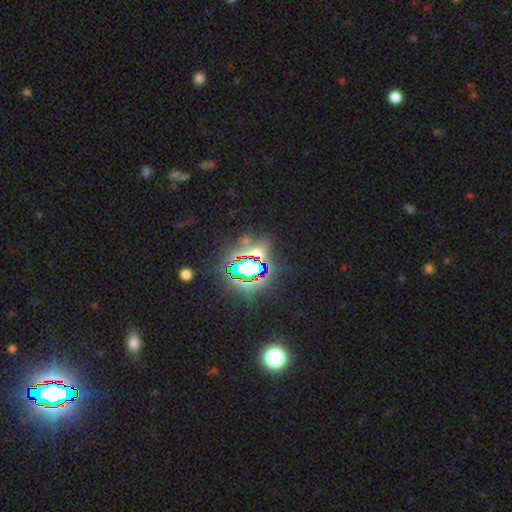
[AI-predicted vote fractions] Morphology: type=star or artifact (75%).